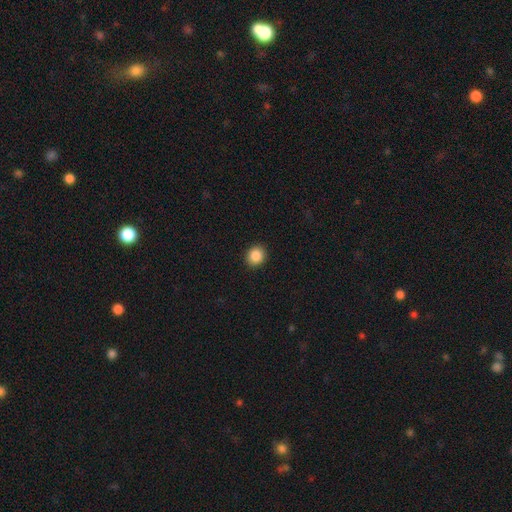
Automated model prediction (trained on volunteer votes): Smooth or featured? Predicted: smooth (p=0.87). How rounded? Predicted: round (p=0.80). Merging? Predicted: none (p=0.92).